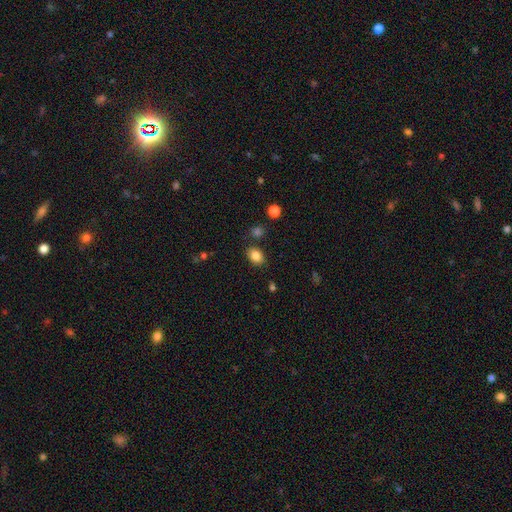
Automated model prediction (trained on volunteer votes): smooth 85%, star or artifact 10%, featured or disk 6%. Down the decision tree: how rounded — in between (72%); merging — none (82%).